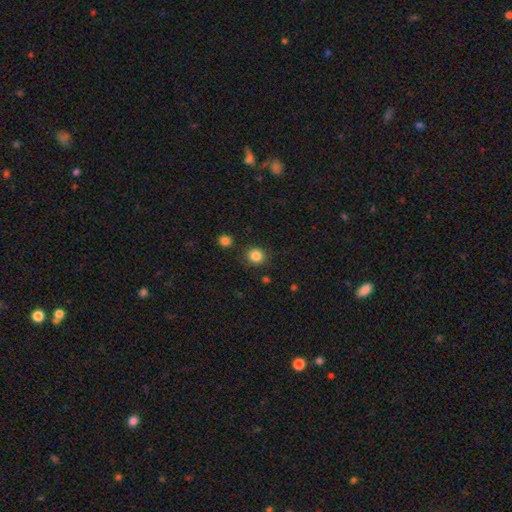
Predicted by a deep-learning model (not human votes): smooth-or-featured: smooth: 85% | star or artifact: 11% | featured or disk: 4%
  how-rounded: round: 87% | in between: 12% | cigar-shaped: 1%
  merging: none: 86% | minor disturbance: 8% | merger: 3% | major disturbance: 3%